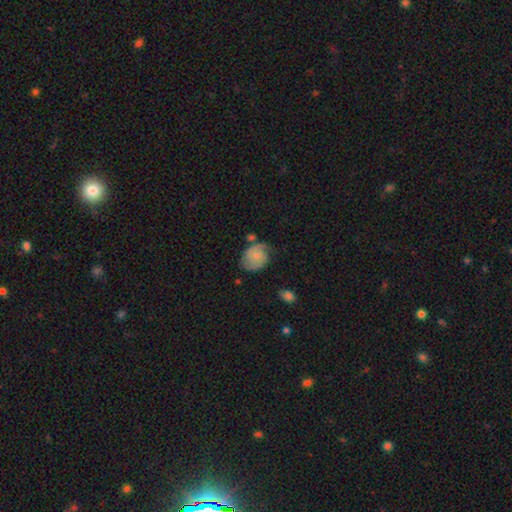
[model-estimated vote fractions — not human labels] This is possibly a featured or disk galaxy (59%). It is clearly not viewed edge-on (98%). Bar: likely no (71%). Spiral arm pattern: clearly yes (91%). Spiral arm count: likely 2 (70%). Spiral winding: marginally tight (42%). Central bulge: possibly small (59%). Merging: possibly none (57%).